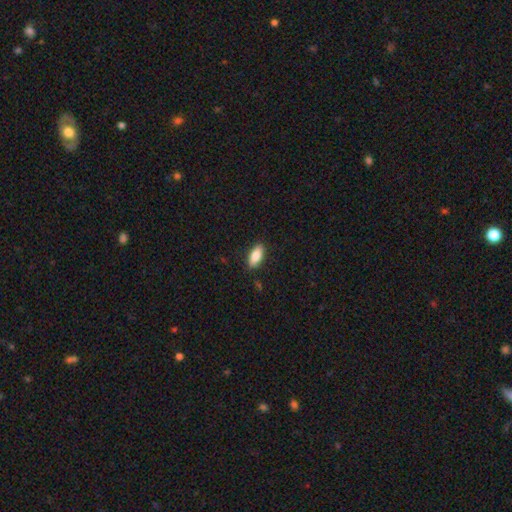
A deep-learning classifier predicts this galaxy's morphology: type=smooth (85%); roundness=in between (85%); merging=none (87%).